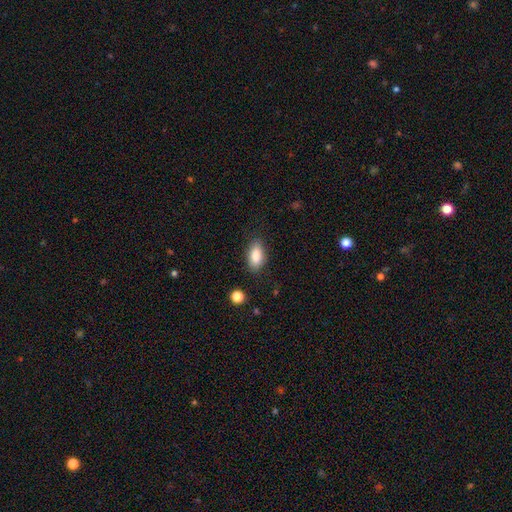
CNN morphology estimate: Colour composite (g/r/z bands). It shows a smooth galaxy with no disk features (86%) that is in between round and cigar-shaped (91%). Merging: none (84%).